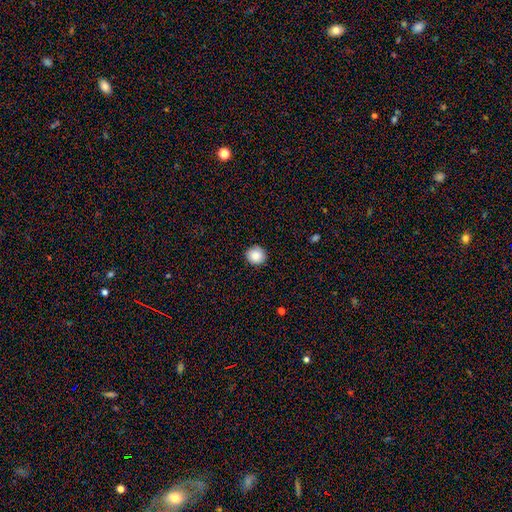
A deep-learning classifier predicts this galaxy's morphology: Smooth or featured? smooth (87%)
How rounded? round (91%)
Merging? none (89%)